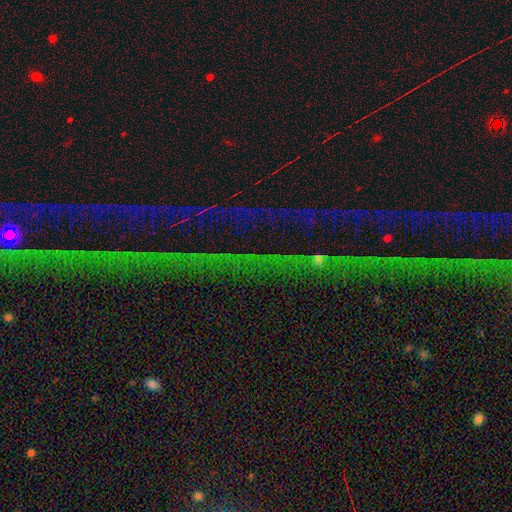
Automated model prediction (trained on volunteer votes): This appears to be a star or artifact, not a galaxy (75%).